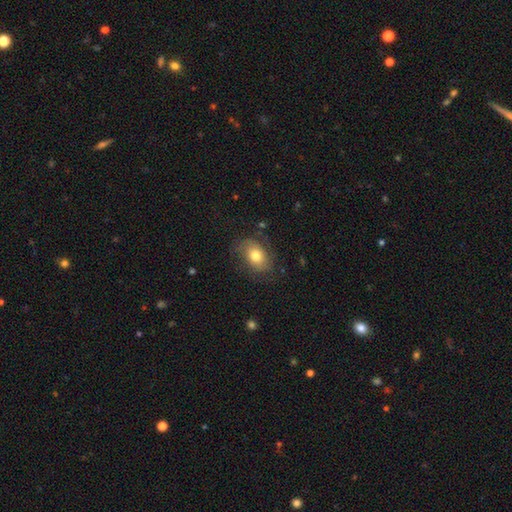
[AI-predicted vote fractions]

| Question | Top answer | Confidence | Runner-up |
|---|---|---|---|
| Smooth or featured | smooth | 67% | featured or disk (24%) |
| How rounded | in between | 74% | round (25%) |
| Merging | none | 68% | minor disturbance (22%) |